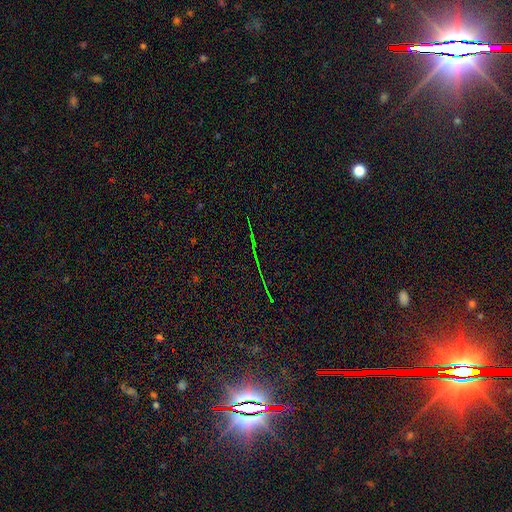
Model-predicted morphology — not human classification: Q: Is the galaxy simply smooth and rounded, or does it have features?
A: star or artifact — 80%.